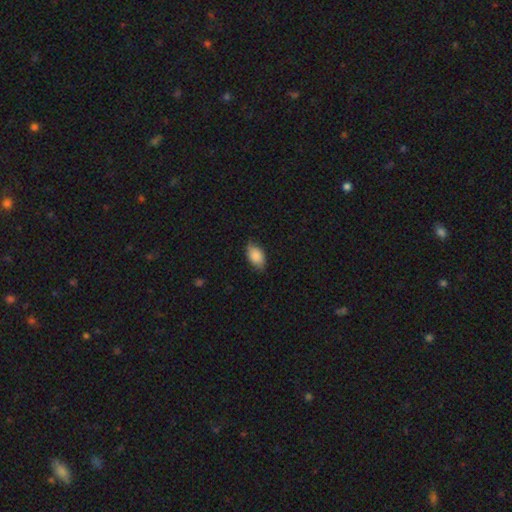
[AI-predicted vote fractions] Smooth or featured?
  - smooth: 86% *
  - featured or disk: 8%
  - star or artifact: 7%
How rounded?
  - in between: 92% *
  - round: 6%
  - cigar-shaped: 2%
Merging?
  - none: 76% *
  - minor disturbance: 20%
  - major disturbance: 3%
  - merger: 1%